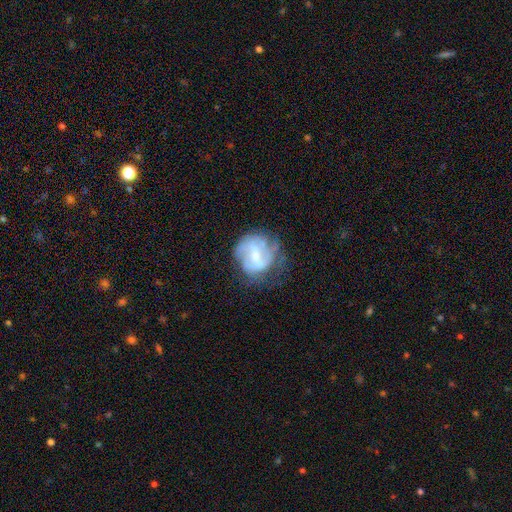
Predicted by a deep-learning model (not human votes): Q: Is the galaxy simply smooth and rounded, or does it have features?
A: featured or disk — 67%.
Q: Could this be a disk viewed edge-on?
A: no — 98%.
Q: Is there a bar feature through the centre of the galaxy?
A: weak — 51%.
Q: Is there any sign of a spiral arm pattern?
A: yes — 74%.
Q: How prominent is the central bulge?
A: small — 49%.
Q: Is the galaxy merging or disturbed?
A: none — 51%.